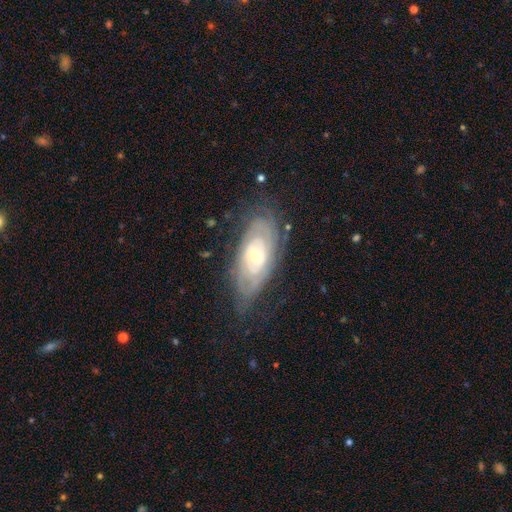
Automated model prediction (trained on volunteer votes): Smooth or featured?
  - featured or disk: 77% *
  - smooth: 16%
  - star or artifact: 7%
Edge-on disk?
  - no: 90% *
  - yes: 10%
Bar?
  - no: 71% *
  - weak: 23%
  - strong: 6%
Spiral arms?
  - yes: 87% *
  - no: 13%
Spiral winding?
  - tight: 77% *
  - medium: 18%
  - loose: 5%
Spiral arm count?
  - can't tell: 57% *
  - 2: 21%
  - 3: 9%
  - 4: 6%
  - more than 4: 4%
  - 1: 4%
Bulge size?
  - small: 55% *
  - moderate: 40%
  - large: 3%
  - none: 1%
  - dominant: 1%
Merging?
  - none: 70% *
  - minor disturbance: 20%
  - major disturbance: 8%
  - merger: 2%